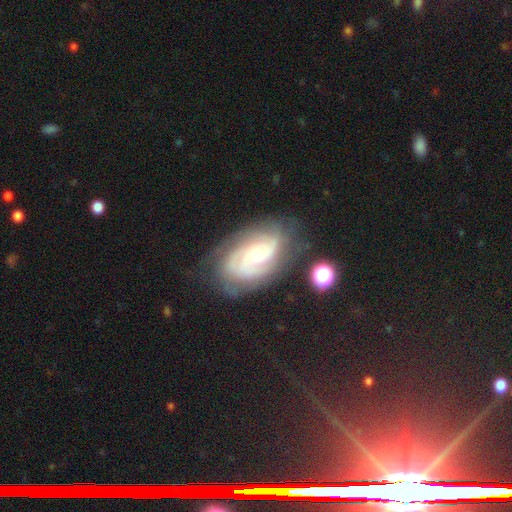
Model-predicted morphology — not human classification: type=featured or disk (83%); edge-on=no (96%); bar=no (64%); spiral arms=yes (95%); winding=tight (56%); arm count=2 (29%); bulge=small (49%); merging=none (69%).